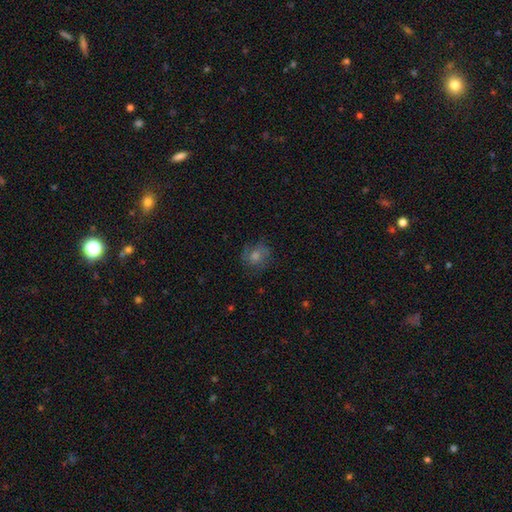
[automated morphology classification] This appears to be a featured or disk galaxy (40%). Merging: none (77%).